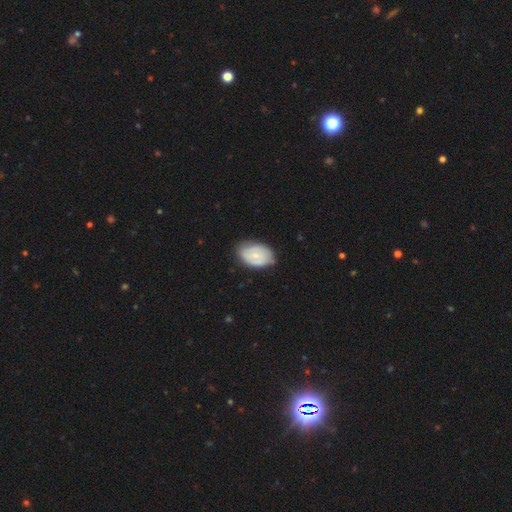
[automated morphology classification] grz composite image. It shows a smooth galaxy with no disk features (51%) that is in between round and cigar-shaped (87%). Merging: none (72%).